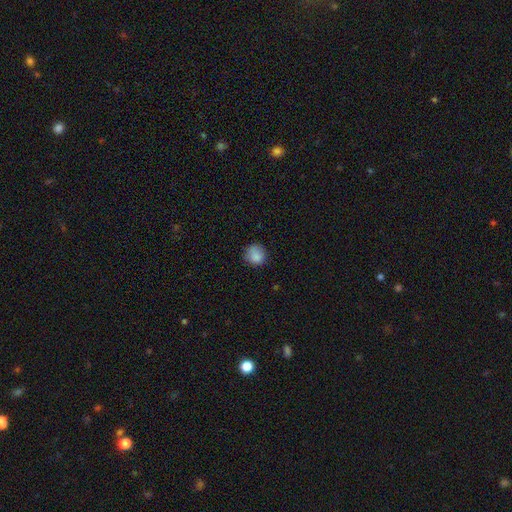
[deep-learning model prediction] This is clearly a smooth galaxy (86%). How rounded: clearly round (86%). Merging: likely none (76%).